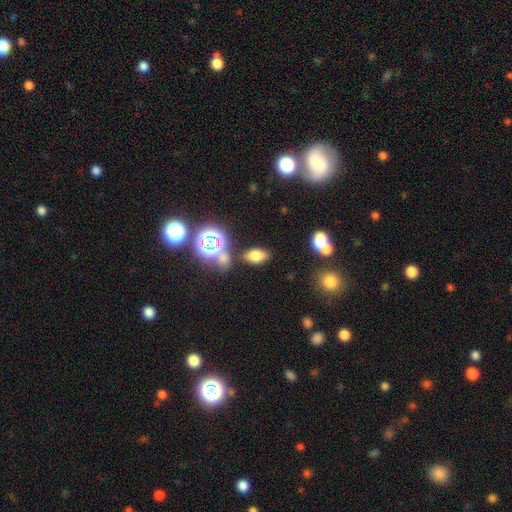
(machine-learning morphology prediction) smooth_or_featured: smooth (p=0.71) [alt: star or artifact p=0.19]
how_rounded: in between (p=0.87) [alt: round p=0.11]
merging: none (p=0.77) [alt: minor disturbance p=0.11]